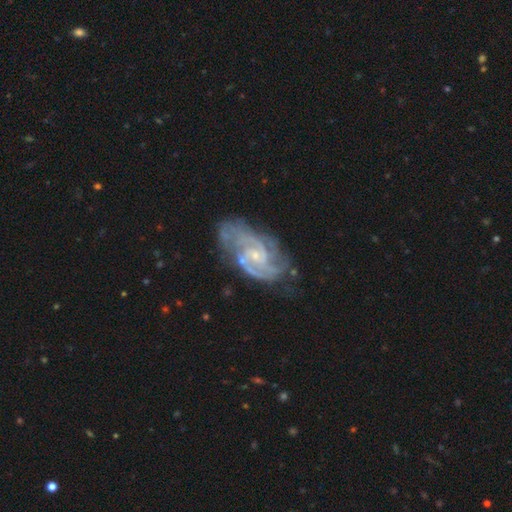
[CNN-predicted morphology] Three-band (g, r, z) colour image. It shows a featured or disk galaxy (89%) with no bar (52%), 2 (51%) tight (48%) spiral arms (97%) and a small central bulge (75%). Merging: none (62%).